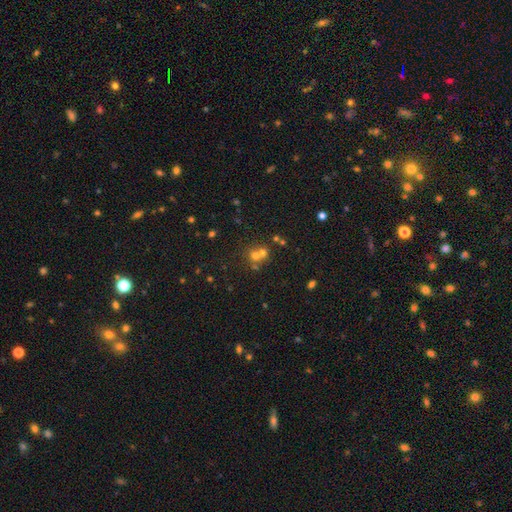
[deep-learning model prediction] A smooth galaxy with no disk features (59%) that is round (83%).

Vote fractions:
- Smooth or featured? smooth: 59% / star or artifact: 23% / featured or disk: 19%
- How rounded? round: 83% / in between: 16% / cigar-shaped: 1%
- Merging? merger: 51% / none: 40% / minor disturbance: 6% / major disturbance: 3%